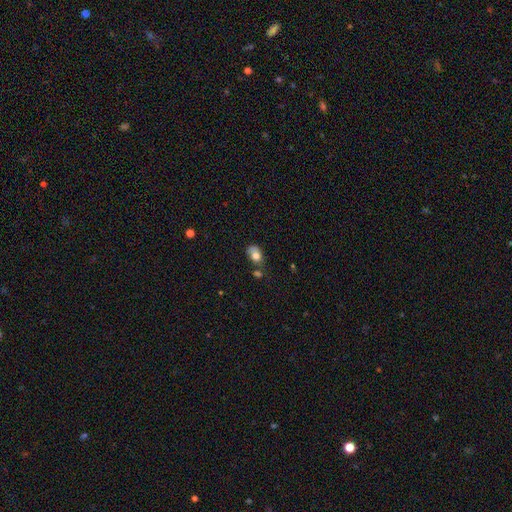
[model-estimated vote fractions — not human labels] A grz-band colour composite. It shows a smooth galaxy with no disk features (72%) that is in between round and cigar-shaped (77%). Merging: none (38%).